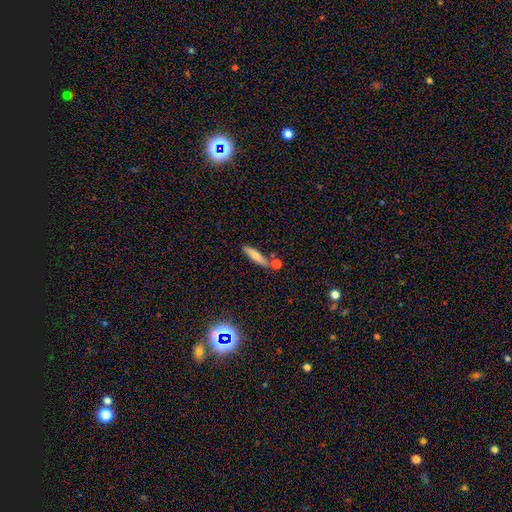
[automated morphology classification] This appears to be a smooth galaxy with no disk features (73%) that is cigar-shaped (77%). Merging: none (72%).